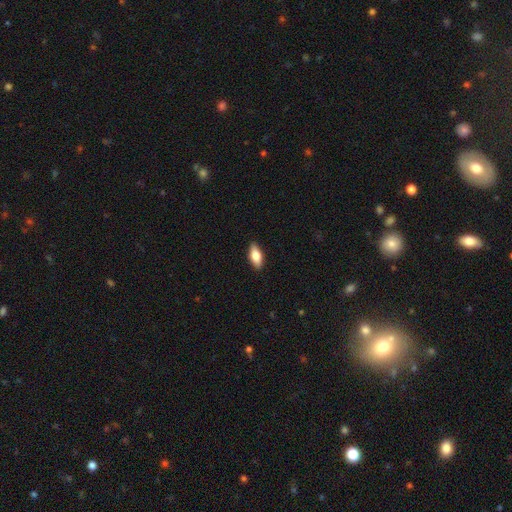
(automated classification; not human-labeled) Smooth or featured? Predicted: smooth (p=0.69). How rounded? Predicted: in between (p=0.79). Merging? Predicted: none (p=0.89).